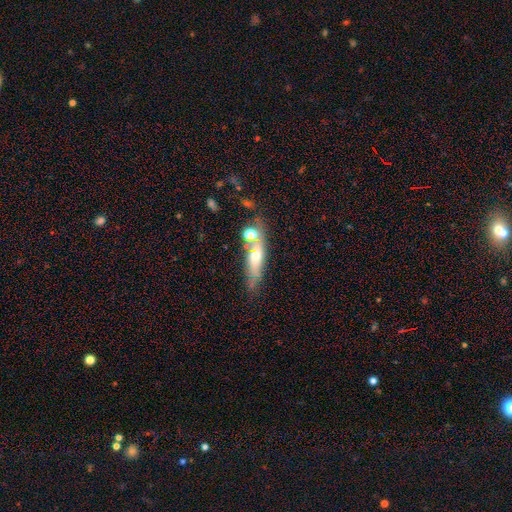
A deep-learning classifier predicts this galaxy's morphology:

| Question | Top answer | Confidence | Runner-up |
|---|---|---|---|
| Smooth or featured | smooth | 49% | featured or disk (41%) |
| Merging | none | 61% | minor disturbance (18%) |